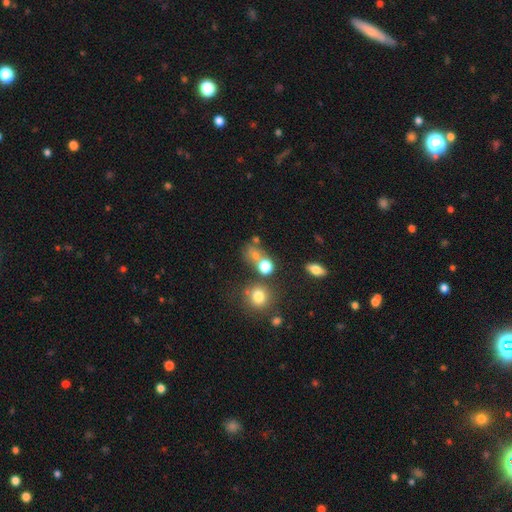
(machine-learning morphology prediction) smooth 68%, star or artifact 20%, featured or disk 12%. Down the decision tree: how rounded — round (69%); merging — none (49%).